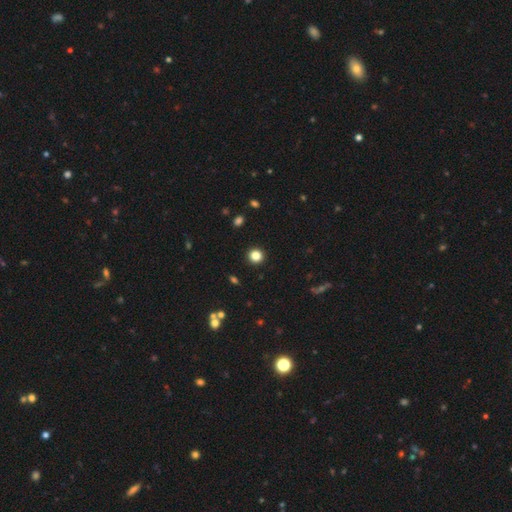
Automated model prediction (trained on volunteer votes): Smooth or featured?
  - smooth: 84% *
  - star or artifact: 12%
  - featured or disk: 4%
How rounded?
  - round: 92% *
  - in between: 8%
  - cigar-shaped: 1%
Merging?
  - none: 92% *
  - minor disturbance: 4%
  - major disturbance: 2%
  - merger: 1%